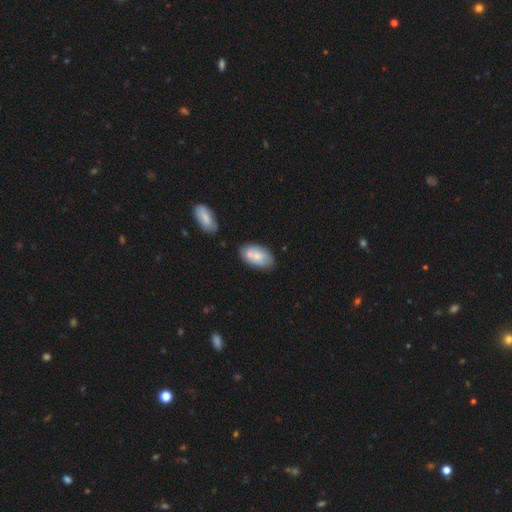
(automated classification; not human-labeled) A smooth galaxy with no disk features (67%) that is in between round and cigar-shaped (93%).

Vote fractions:
- Smooth or featured? smooth: 67% / featured or disk: 27% / star or artifact: 7%
- How rounded? in between: 93% / round: 5% / cigar-shaped: 2%
- Merging? none: 57% / minor disturbance: 21% / merger: 18% / major disturbance: 5%